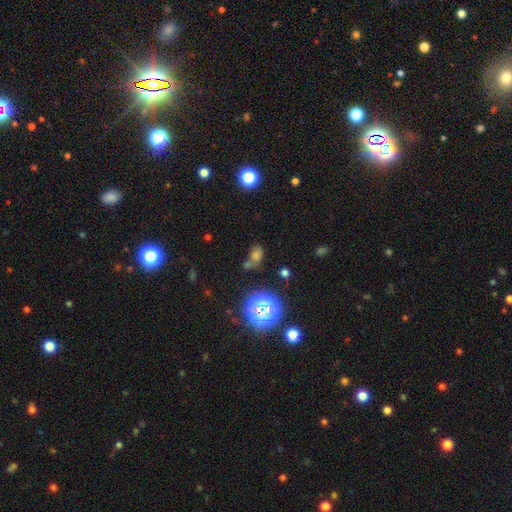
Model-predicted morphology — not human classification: Smooth or featured: star or artifact — 46% (smooth — 43%)